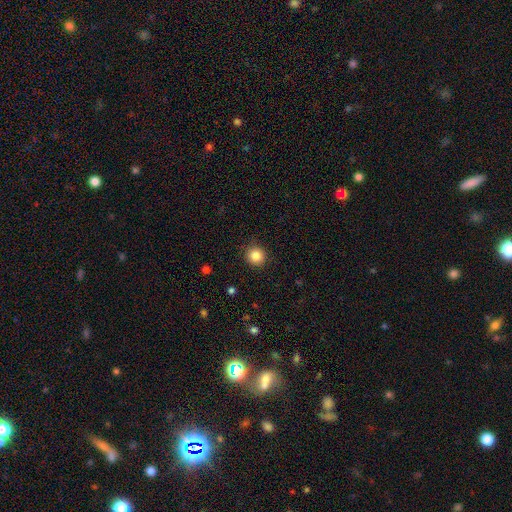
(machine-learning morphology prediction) Smooth or featured? smooth (85%)
How rounded? round (93%)
Merging? none (90%)